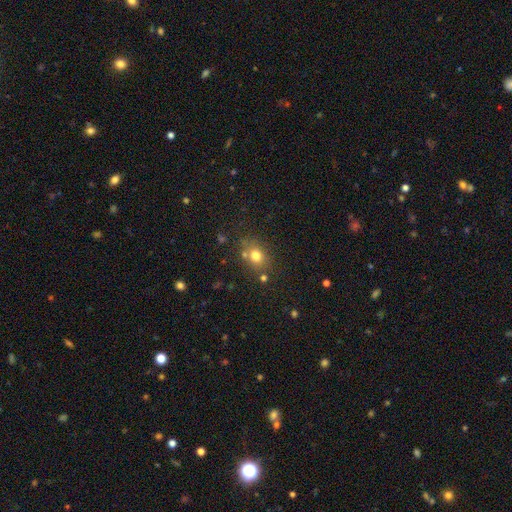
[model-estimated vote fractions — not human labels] smooth_or_featured: smooth (p=0.74) [alt: star or artifact p=0.15]
how_rounded: round (p=0.57) [alt: in between p=0.41]
merging: none (p=0.71) [alt: minor disturbance p=0.14]